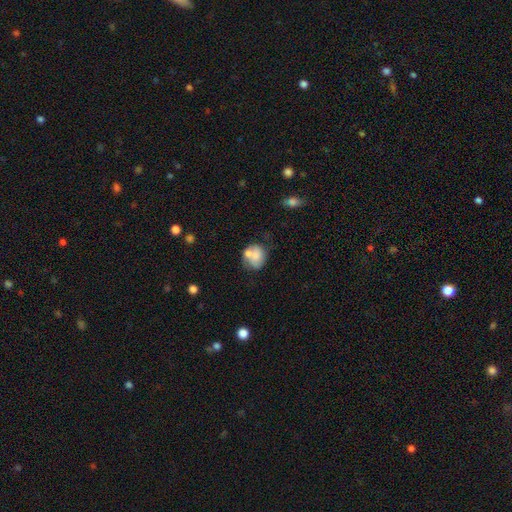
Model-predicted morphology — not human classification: A smooth galaxy with no disk features (66%) that is round (57%).

Vote fractions:
- Smooth or featured? smooth: 66% / featured or disk: 25% / star or artifact: 8%
- How rounded? round: 57% / in between: 42% / cigar-shaped: 1%
- Merging? none: 39% / merger: 32% / minor disturbance: 21% / major disturbance: 9%